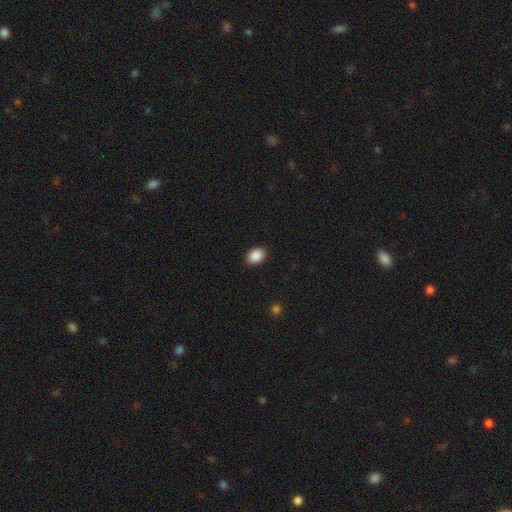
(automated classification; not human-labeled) The model was most divided on "how rounded": in between: 69%, round: 30%, cigar-shaped: 1%. More confident: merging — none (90%); smooth or featured — smooth (89%).